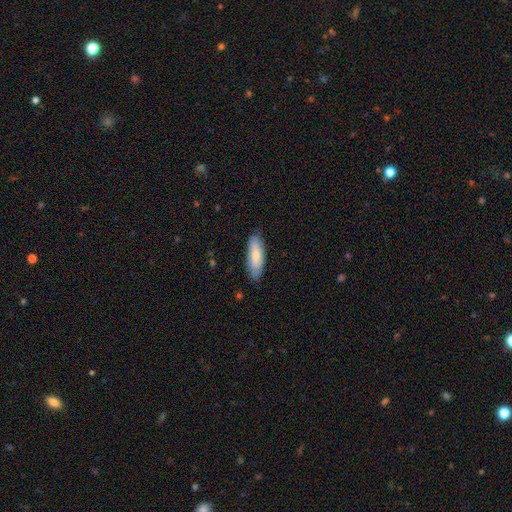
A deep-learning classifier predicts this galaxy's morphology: Q: Smooth or featured?
A: smooth (78%); runner-up: featured or disk (17%)
Q: How rounded?
A: in between (60%); runner-up: cigar-shaped (38%)
Q: Merging?
A: none (83%); runner-up: minor disturbance (14%)